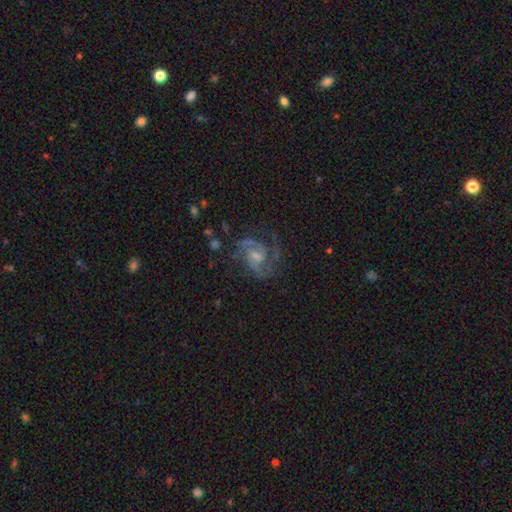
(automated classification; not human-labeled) A featured or disk galaxy (87%) with a weak bar (52%), 2 (71%) medium (57%) spiral arms (97%) and a small central bulge (46%). Merging: none (66%).